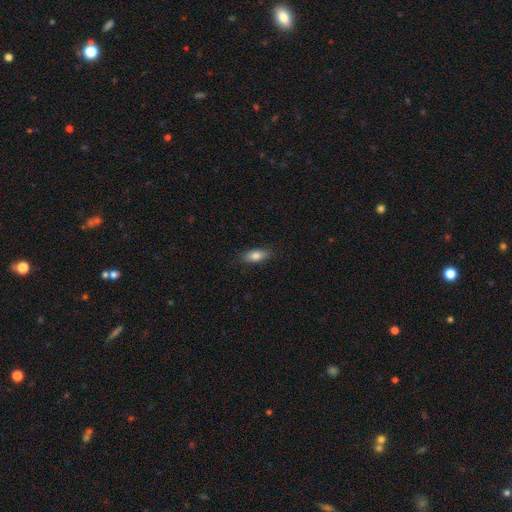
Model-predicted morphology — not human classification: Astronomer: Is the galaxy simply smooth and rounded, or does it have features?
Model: smooth — 81%.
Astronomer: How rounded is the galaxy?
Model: in between — 77%.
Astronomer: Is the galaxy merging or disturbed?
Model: none — 86%.